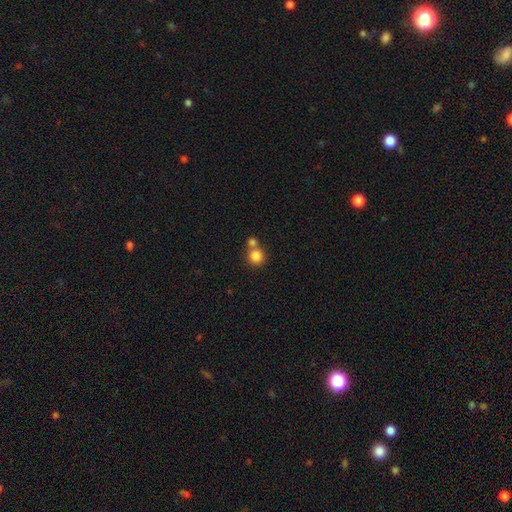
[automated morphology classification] smooth 83%, star or artifact 10%, featured or disk 6%. Down the decision tree: how rounded — round (91%); merging — none (54%).